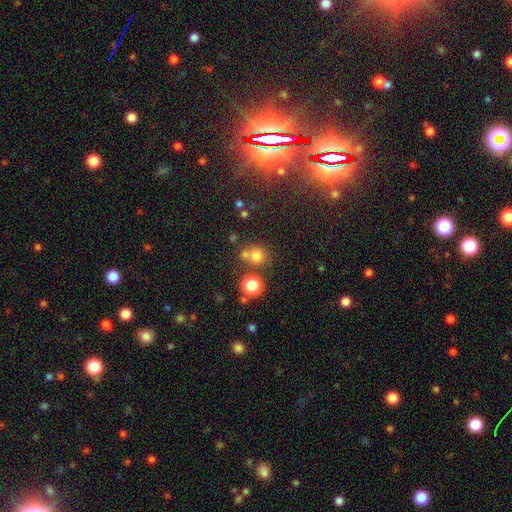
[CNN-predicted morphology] Smooth or featured?
  - smooth: 73% *
  - star or artifact: 18%
  - featured or disk: 9%
How rounded?
  - round: 84% *
  - in between: 15%
  - cigar-shaped: 1%
Merging?
  - none: 57% *
  - merger: 29%
  - minor disturbance: 10%
  - major disturbance: 4%